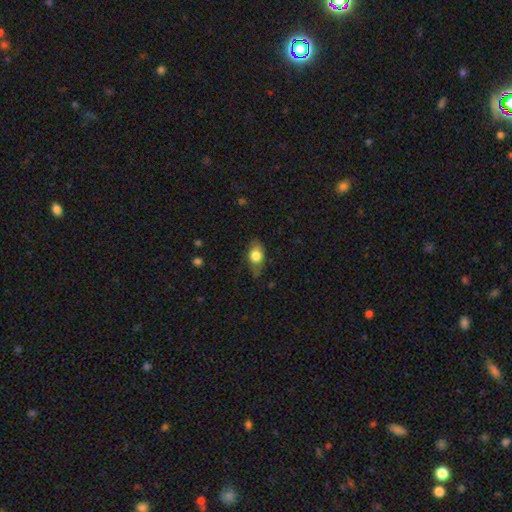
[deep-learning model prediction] This appears to be a smooth galaxy with no disk features (76%) that is in between round and cigar-shaped (78%). Merging: none (69%).